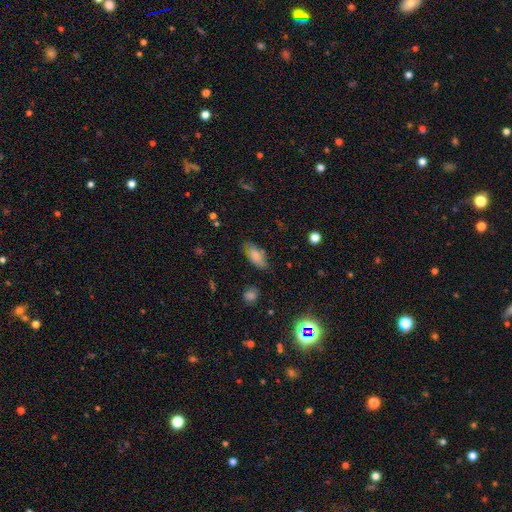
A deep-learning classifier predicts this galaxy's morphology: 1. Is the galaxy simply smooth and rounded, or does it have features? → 82% smooth, 10% featured or disk, 9% star or artifact.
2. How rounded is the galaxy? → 86% in between, 12% cigar-shaped, 3% round.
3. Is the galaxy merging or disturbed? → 75% none, 18% minor disturbance, 4% major disturbance, 3% merger.